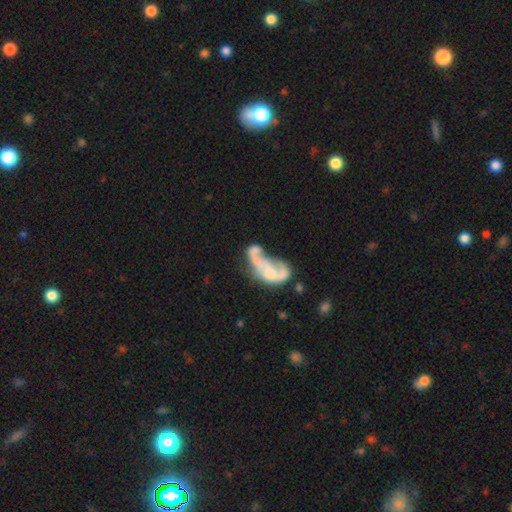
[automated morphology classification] This appears to be a featured or disk galaxy (59%) with no bar (79%), no spiral arms (64%) and no central bulge (39%). Merging: merger (46%).